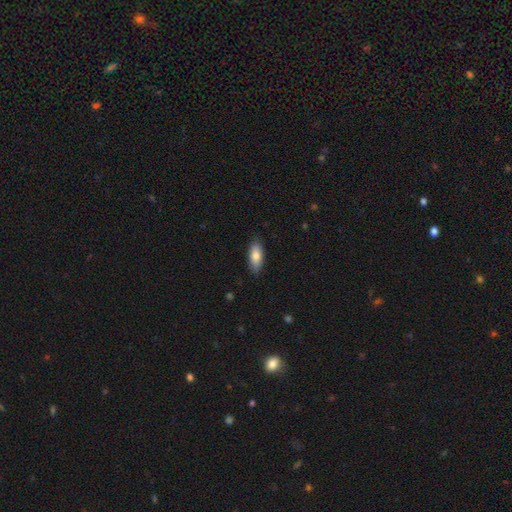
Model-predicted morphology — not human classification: Q: Smooth or featured?
A: smooth (81%); runner-up: featured or disk (13%)
Q: How rounded?
A: in between (79%); runner-up: cigar-shaped (19%)
Q: Merging?
A: none (87%); runner-up: minor disturbance (10%)